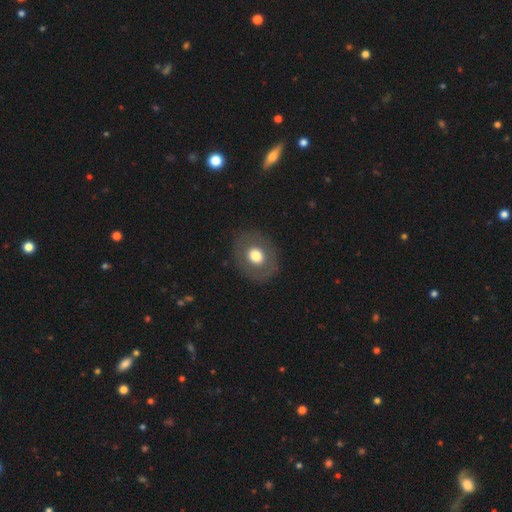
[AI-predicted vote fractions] Q: Smooth or featured?
A: smooth (66%); runner-up: featured or disk (26%)
Q: How rounded?
A: round (58%); runner-up: in between (41%)
Q: Merging?
A: none (86%); runner-up: minor disturbance (9%)